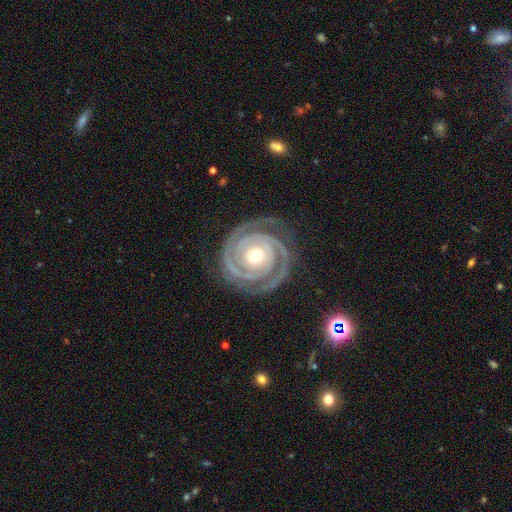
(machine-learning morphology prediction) Smooth or featured? featured or disk (93%)
Edge-on disk? no (98%)
Bar? no (72%)
Spiral arms? yes (98%)
Spiral winding? tight (86%)
Spiral arm count? 2 (86%)
Bulge size? moderate (55%)
Merging? none (84%)